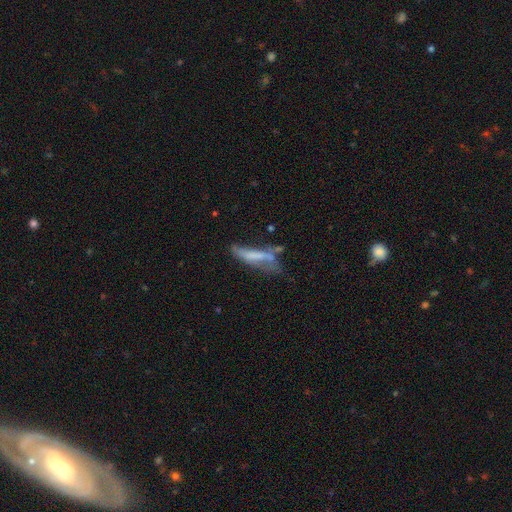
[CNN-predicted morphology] The model was most divided on "smooth or featured" (2-way tie): featured or disk: 45%, smooth: 45%, star or artifact: 10%. Remaining: merging — none (30%).